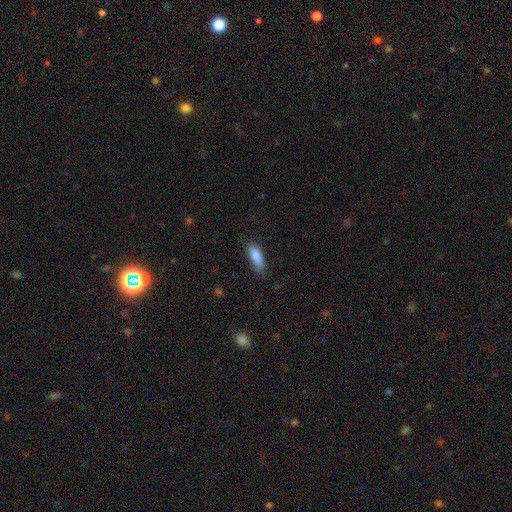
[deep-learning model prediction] smooth-or-featured: smooth: 85% | featured or disk: 9% | star or artifact: 7%
  how-rounded: in between: 61% | cigar-shaped: 37% | round: 2%
  merging: none: 70% | minor disturbance: 23% | major disturbance: 5% | merger: 2%